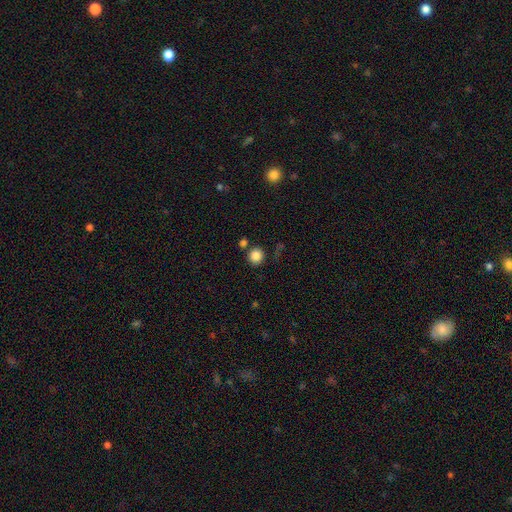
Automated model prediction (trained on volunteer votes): This is clearly a smooth galaxy (85%). How rounded: clearly round (91%). Merging: likely none (77%).